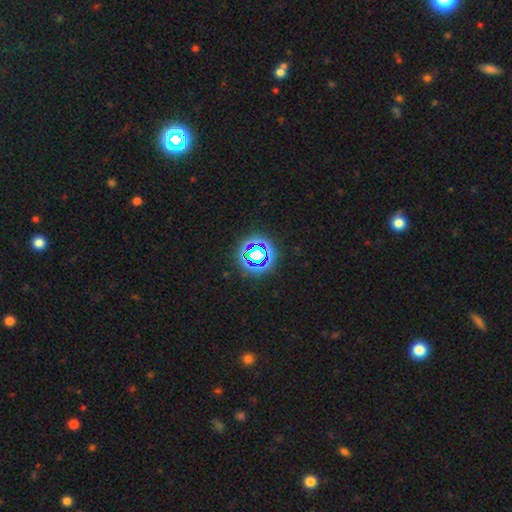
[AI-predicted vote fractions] This appears to be a star or artifact, not a galaxy (76%).